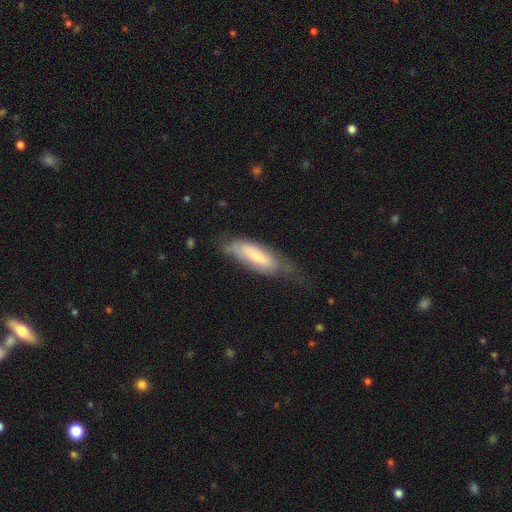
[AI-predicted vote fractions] Smooth or featured?
  - smooth: 59% *
  - featured or disk: 34%
  - star or artifact: 6%
How rounded?
  - in between: 58% *
  - cigar-shaped: 40%
  - round: 2%
Merging?
  - none: 36% *
  - minor disturbance: 35%
  - major disturbance: 26%
  - merger: 3%